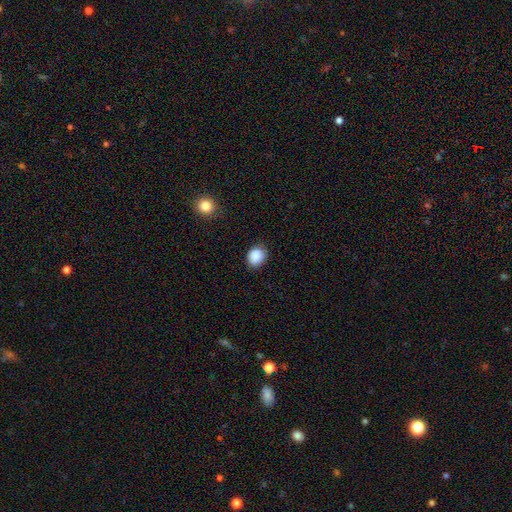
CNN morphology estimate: A smooth galaxy with no disk features (88%) that is round (55%).

Vote fractions:
- Smooth or featured? smooth: 88% / star or artifact: 8% / featured or disk: 3%
- How rounded? round: 55% / in between: 44% / cigar-shaped: 1%
- Merging? none: 80% / minor disturbance: 15% / major disturbance: 3% / merger: 1%